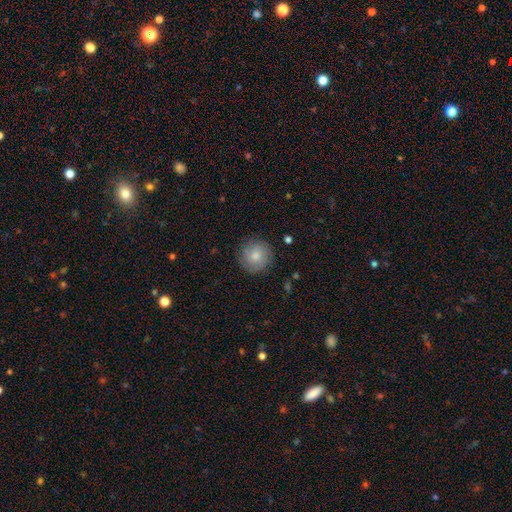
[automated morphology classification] Smooth or featured?
  - smooth: 78% *
  - featured or disk: 14%
  - star or artifact: 7%
How rounded?
  - round: 95% *
  - in between: 4%
  - cigar-shaped: 1%
Merging?
  - none: 87% *
  - minor disturbance: 9%
  - major disturbance: 3%
  - merger: 1%